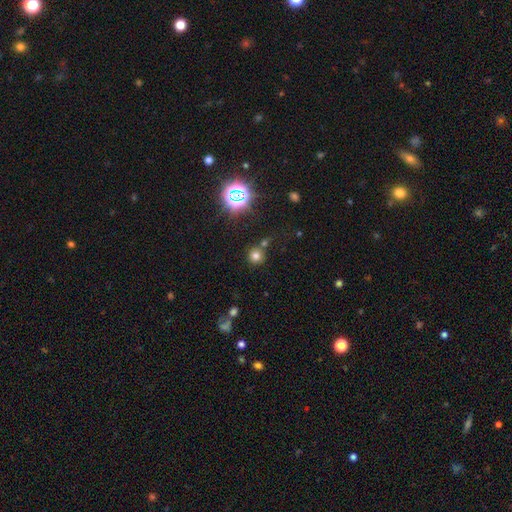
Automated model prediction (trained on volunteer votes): Smooth or featured: smooth — 69% (star or artifact — 23%)
How rounded: round — 92% (in between — 7%)
Merging: none — 72% (merger — 16%)